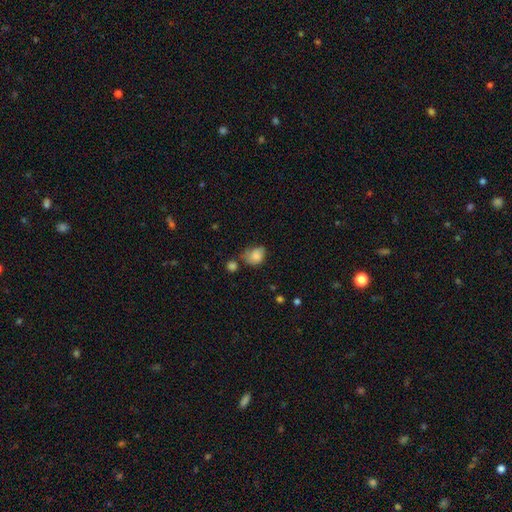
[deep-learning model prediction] This appears to be a smooth galaxy with no disk features (75%) that is in between round and cigar-shaped (59%). Merging: none (36%).